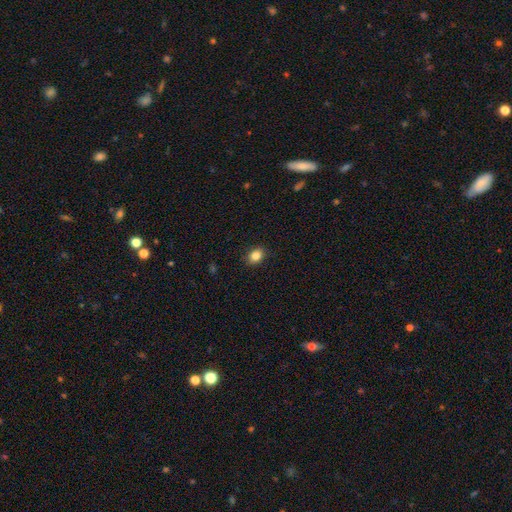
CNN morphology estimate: Q: Smooth or featured?
A: smooth (85%); runner-up: star or artifact (10%)
Q: How rounded?
A: in between (60%); runner-up: round (39%)
Q: Merging?
A: none (88%); runner-up: minor disturbance (9%)